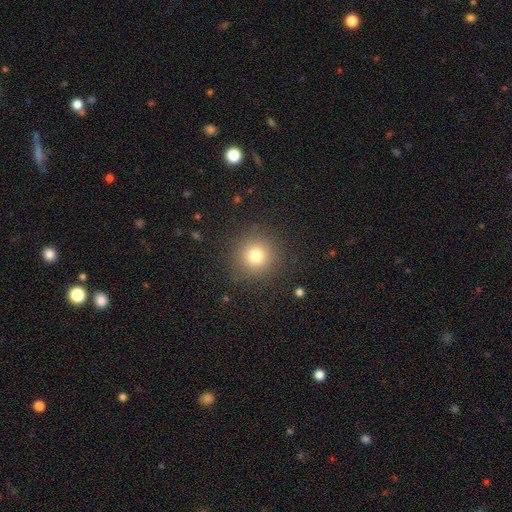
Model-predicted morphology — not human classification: The model was most divided on "smooth or featured": smooth: 77%, star or artifact: 14%, featured or disk: 9%. More confident: how rounded — round (95%); merging — none (89%).